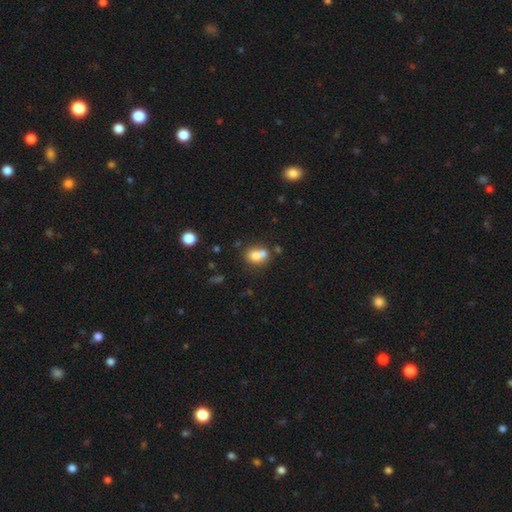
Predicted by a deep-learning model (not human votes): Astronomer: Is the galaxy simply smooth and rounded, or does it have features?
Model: smooth — 72%.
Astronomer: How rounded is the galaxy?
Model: round — 54% (runner-up: in between, 45%).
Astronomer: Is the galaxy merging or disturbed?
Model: merger — 52% (runner-up: none, 35%).